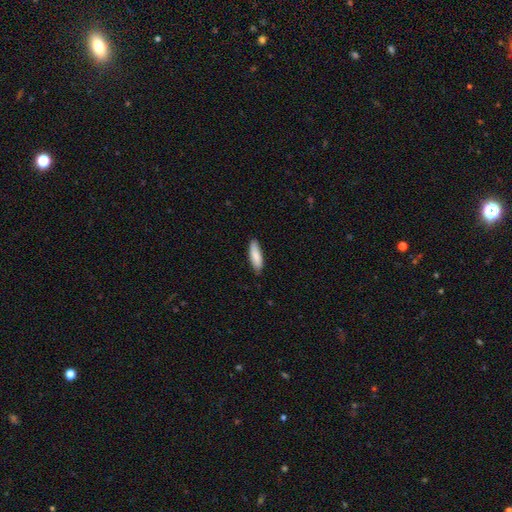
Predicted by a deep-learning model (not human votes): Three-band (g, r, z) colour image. It shows a smooth galaxy with no disk features (86%) that is cigar-shaped (50%). Merging: none (82%).